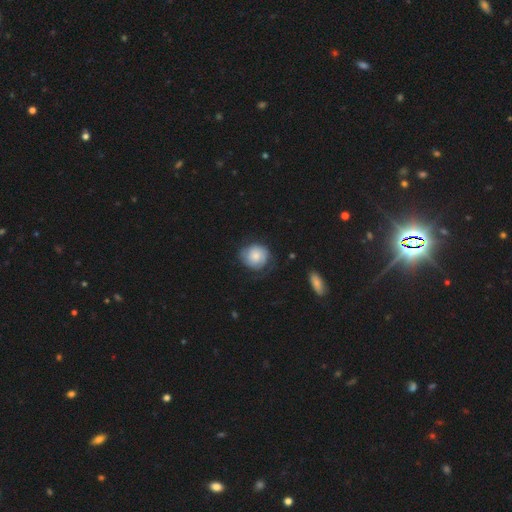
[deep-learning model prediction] Overall: smooth (47%; featured or disk 45%). Merging: none (63%; minor disturbance 23%).